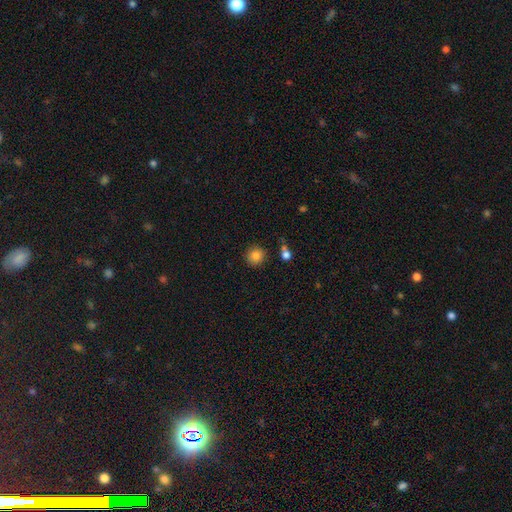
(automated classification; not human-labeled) A smooth galaxy with no disk features (84%) that is round (92%). Merging: none (85%).